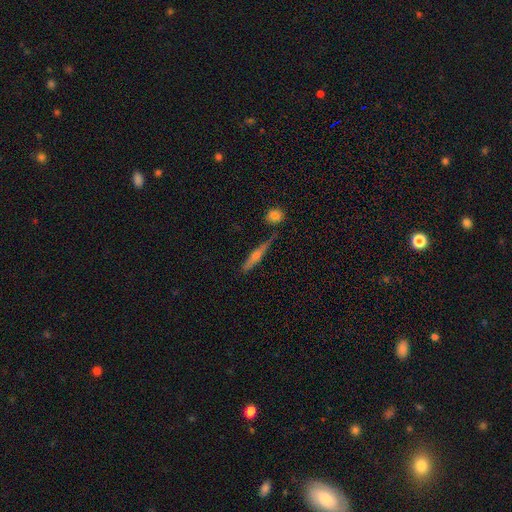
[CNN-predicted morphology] Smooth or featured? Predicted: featured or disk (p=0.58). Edge-on disk? Predicted: yes (p=0.95). Edge-on bulge? Predicted: rounded (p=0.78). Merging? Predicted: none (p=0.78).